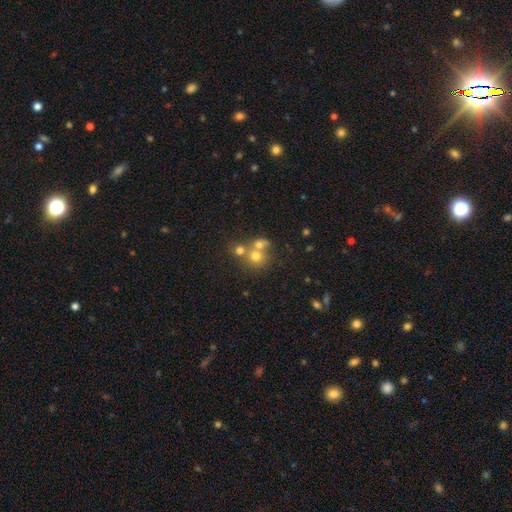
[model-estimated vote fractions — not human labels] Smooth or featured?
  - smooth: 65% *
  - featured or disk: 19%
  - star or artifact: 16%
How rounded?
  - round: 83% *
  - in between: 16%
  - cigar-shaped: 1%
Merging?
  - merger: 50% *
  - none: 40%
  - minor disturbance: 7%
  - major disturbance: 4%